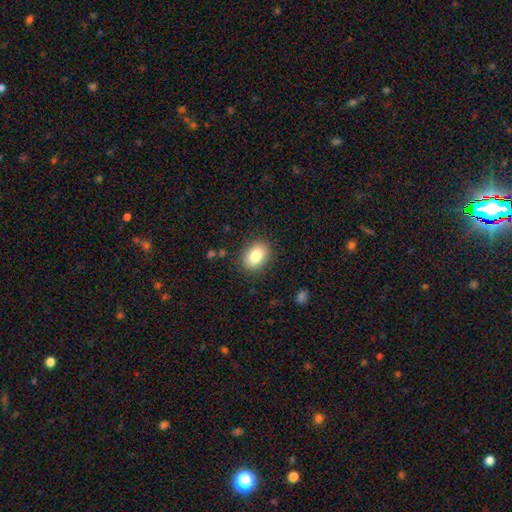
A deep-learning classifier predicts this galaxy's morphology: A smooth galaxy with no disk features (82%) that is in between round and cigar-shaped (67%).

Vote fractions:
- Smooth or featured? smooth: 82% / featured or disk: 9% / star or artifact: 8%
- How rounded? in between: 67% / round: 32% / cigar-shaped: 1%
- Merging? none: 86% / minor disturbance: 10% / major disturbance: 3% / merger: 1%